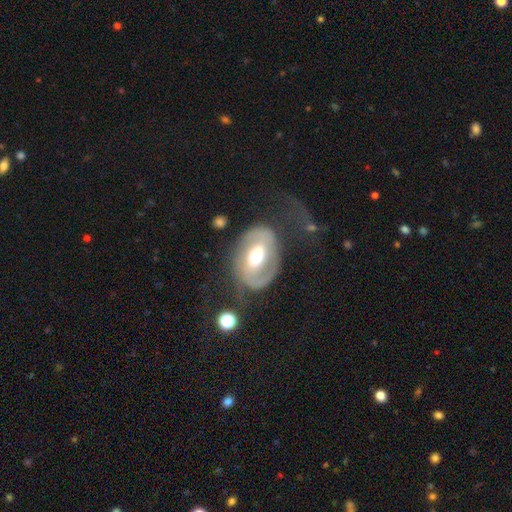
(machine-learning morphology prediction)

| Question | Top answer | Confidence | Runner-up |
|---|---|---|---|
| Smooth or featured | featured or disk | 77% | smooth (18%) |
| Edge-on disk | no | 96% | yes (4%) |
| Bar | weak | 42% | strong (30%) |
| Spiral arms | yes | 82% | no (18%) |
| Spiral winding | medium | 42% | tight (33%) |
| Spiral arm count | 2 | 74% | 1 (13%) |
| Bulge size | moderate | 66% | large (22%) |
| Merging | none | 50% | major disturbance (27%) |